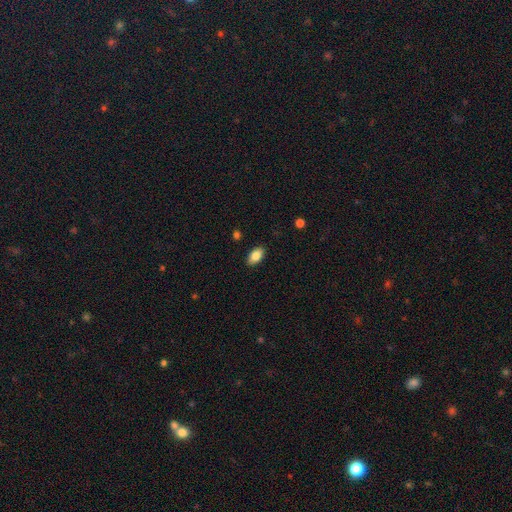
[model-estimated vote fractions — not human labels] The model was most divided on "smooth or featured": smooth: 85%, featured or disk: 8%, star or artifact: 7%. More confident: how rounded — in between (93%); merging — none (88%).